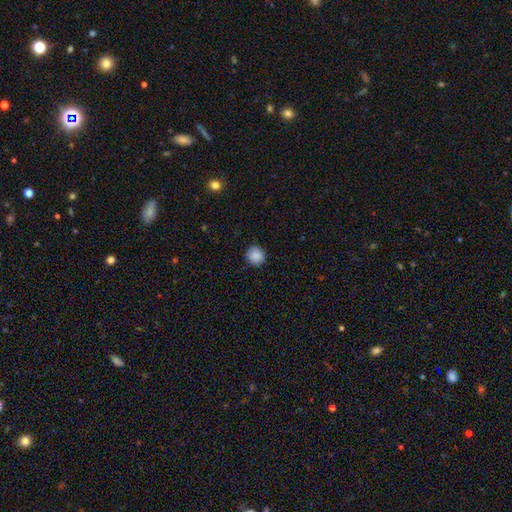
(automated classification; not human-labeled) smooth 88%, star or artifact 9%, featured or disk 3%. Down the decision tree: how rounded — round (93%); merging — none (89%).